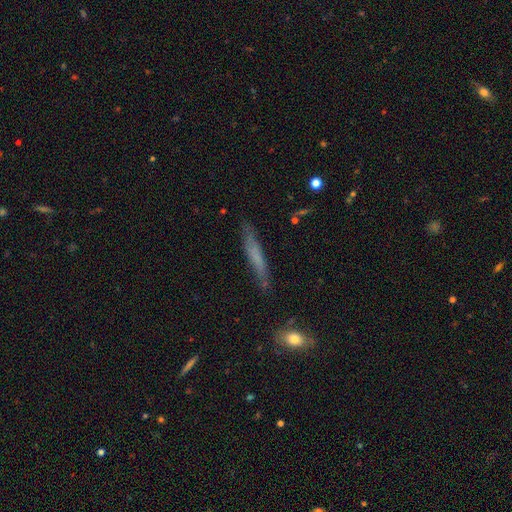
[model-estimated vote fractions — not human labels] smooth-or-featured: smooth: 56% | featured or disk: 36% | star or artifact: 8%
  how-rounded: cigar-shaped: 93% | in between: 5% | round: 2%
  merging: none: 76% | minor disturbance: 18% | major disturbance: 4% | merger: 2%